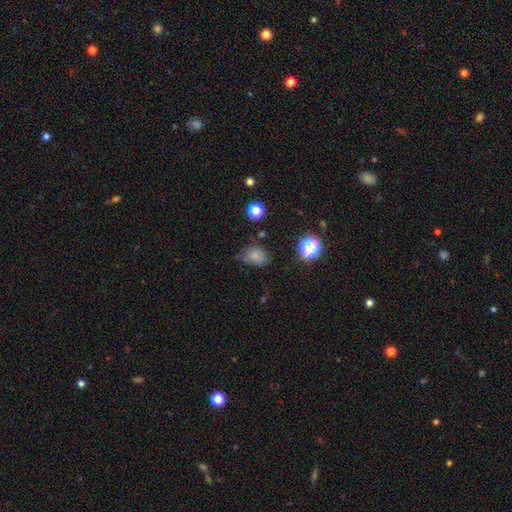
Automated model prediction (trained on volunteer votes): Smooth or featured: smooth — 73% (star or artifact — 17%)
How rounded: in between — 57% (round — 42%)
Merging: none — 59% (minor disturbance — 28%)